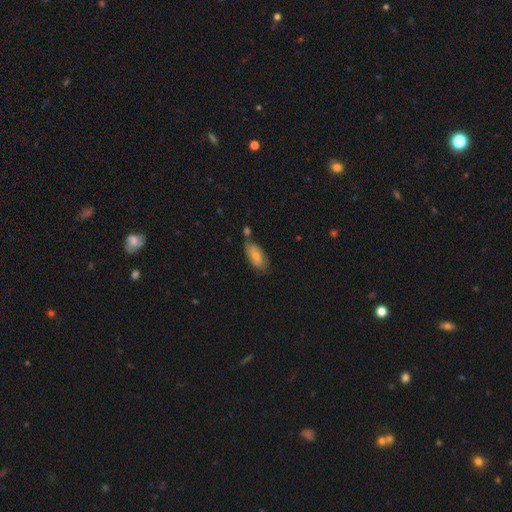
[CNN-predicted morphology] This is likely a smooth galaxy (68%). How rounded: clearly in between (89%). Merging: possibly none (60%).